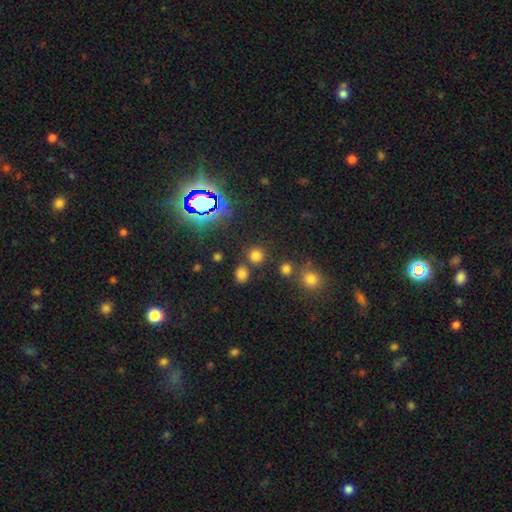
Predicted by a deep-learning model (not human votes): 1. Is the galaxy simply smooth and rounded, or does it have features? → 71% smooth, 24% star or artifact, 5% featured or disk.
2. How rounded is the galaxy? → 91% round, 8% in between, 1% cigar-shaped.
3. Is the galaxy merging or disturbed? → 79% none, 11% merger, 7% minor disturbance, 3% major disturbance.